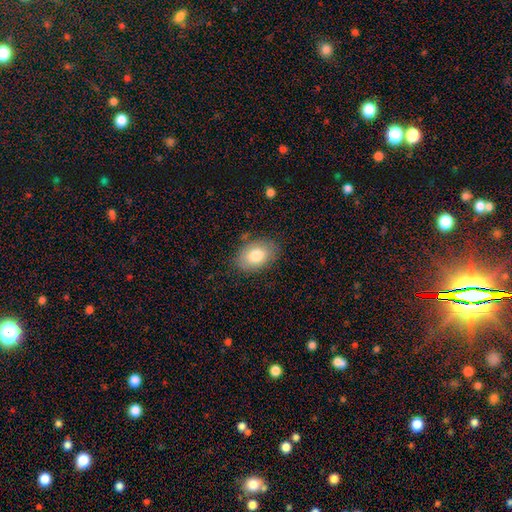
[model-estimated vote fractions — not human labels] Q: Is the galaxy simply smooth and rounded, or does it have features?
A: smooth — 79%.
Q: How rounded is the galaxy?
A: in between — 88%.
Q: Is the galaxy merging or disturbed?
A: none — 81%.